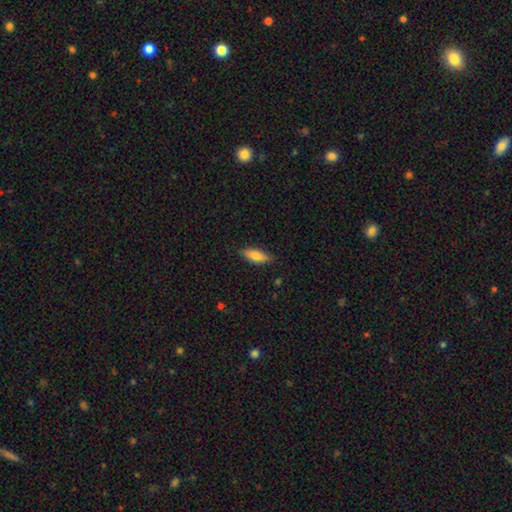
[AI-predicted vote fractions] Morphology: type=smooth (75%); roundness=in between (56%); merging=none (83%).